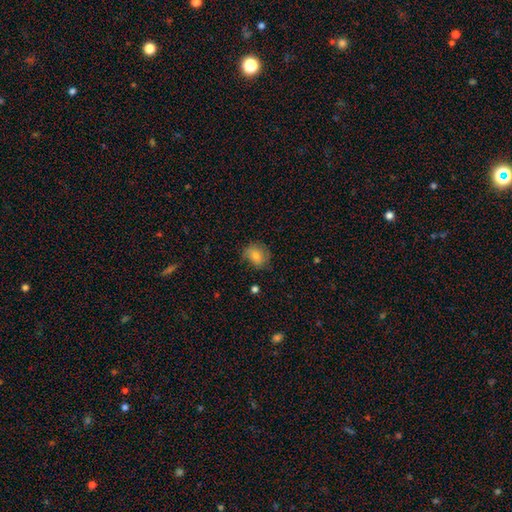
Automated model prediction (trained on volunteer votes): A smooth galaxy with no disk features (75%) that is round (62%). Merging: none (70%).